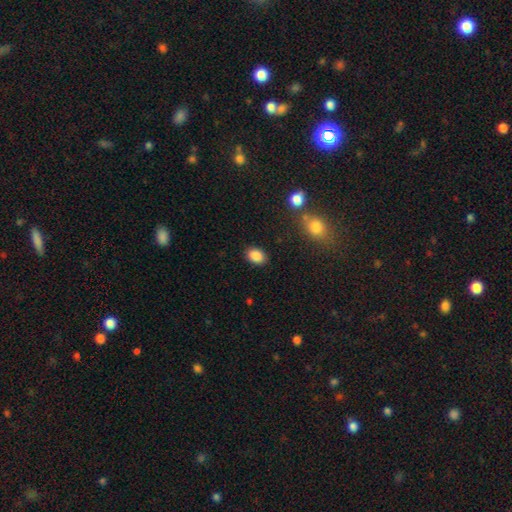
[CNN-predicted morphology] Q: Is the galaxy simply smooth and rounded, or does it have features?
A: smooth — 87%.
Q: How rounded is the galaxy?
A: in between — 77%.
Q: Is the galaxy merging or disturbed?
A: none — 86%.